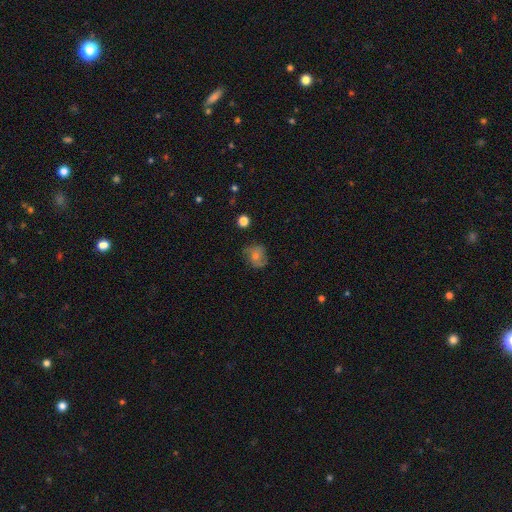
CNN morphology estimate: Smooth or featured?
  - smooth: 51% *
  - featured or disk: 34%
  - star or artifact: 15%
How rounded?
  - round: 70% *
  - in between: 29%
  - cigar-shaped: 1%
Merging?
  - none: 70% *
  - minor disturbance: 21%
  - major disturbance: 8%
  - merger: 2%